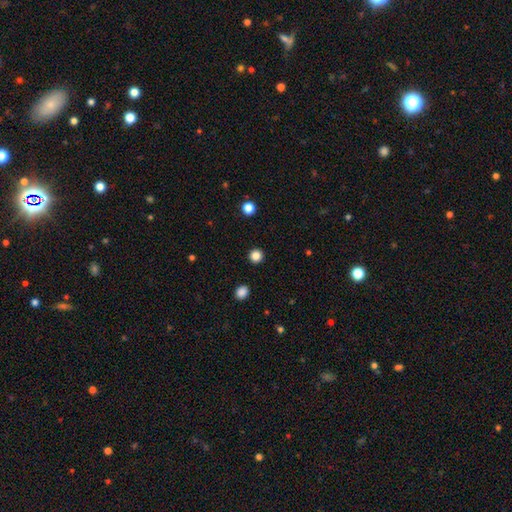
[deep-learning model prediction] Smooth or featured? Predicted: smooth (p=0.84). How rounded? Predicted: round (p=0.95). Merging? Predicted: none (p=0.93).